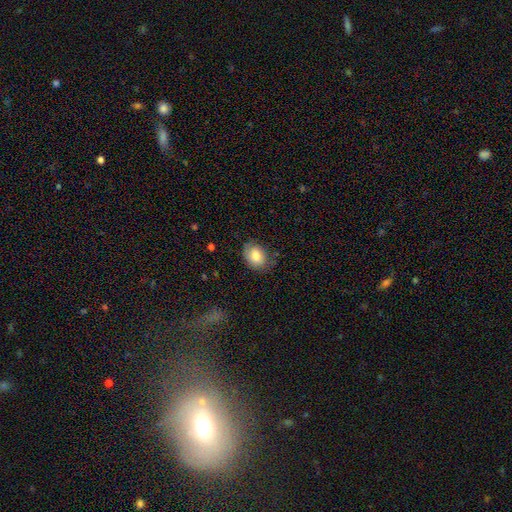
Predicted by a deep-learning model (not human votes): A smooth galaxy with no disk features (76%) that is in between round and cigar-shaped (69%). Merging: none (67%).